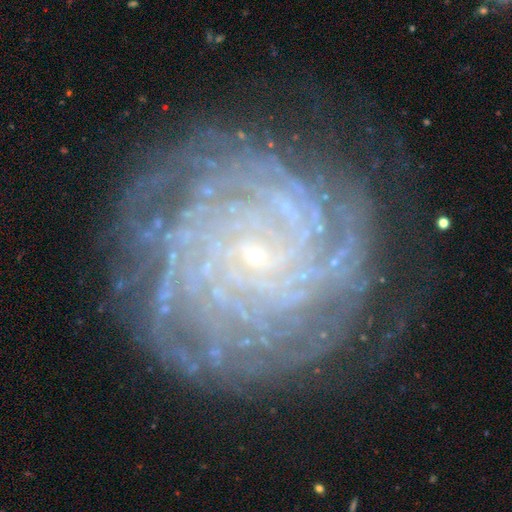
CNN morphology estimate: Smooth or featured?
  - featured or disk: 86% *
  - star or artifact: 7%
  - smooth: 7%
Edge-on disk?
  - no: 97% *
  - yes: 3%
Bar?
  - no: 67% *
  - weak: 25%
  - strong: 9%
Spiral arms?
  - yes: 97% *
  - no: 3%
Spiral winding?
  - tight: 86% *
  - medium: 12%
  - loose: 3%
Spiral arm count?
  - more than 4: 37% *
  - can't tell: 23%
  - 4: 16%
  - 3: 9%
  - 2: 8%
  - 1: 7%
Bulge size?
  - small: 89% *
  - moderate: 6%
  - none: 3%
  - large: 1%
  - dominant: 1%
Merging?
  - none: 78% *
  - minor disturbance: 13%
  - major disturbance: 6%
  - merger: 2%